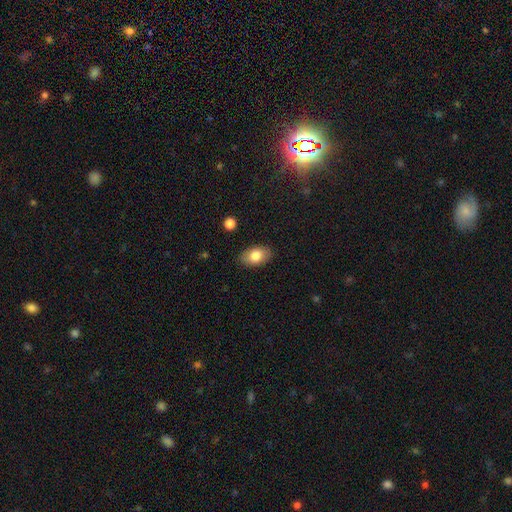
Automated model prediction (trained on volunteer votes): The model was most divided on "smooth or featured": smooth: 80%, featured or disk: 13%, star or artifact: 7%. More confident: how rounded — in between (91%); merging — none (86%).